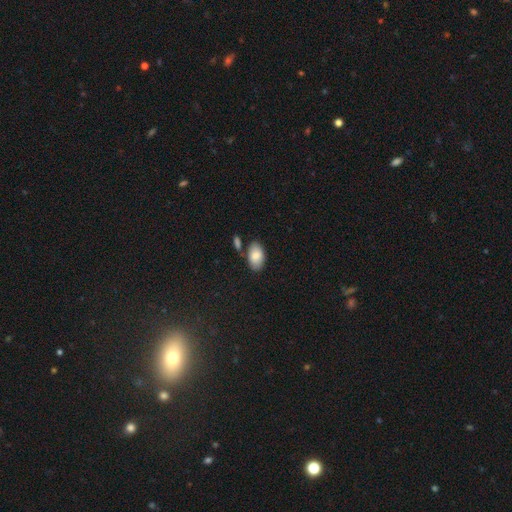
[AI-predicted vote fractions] smooth_or_featured: smooth (p=0.83) [alt: featured or disk p=0.10]
how_rounded: in between (p=0.94) [alt: round p=0.05]
merging: none (p=0.75) [alt: minor disturbance p=0.13]